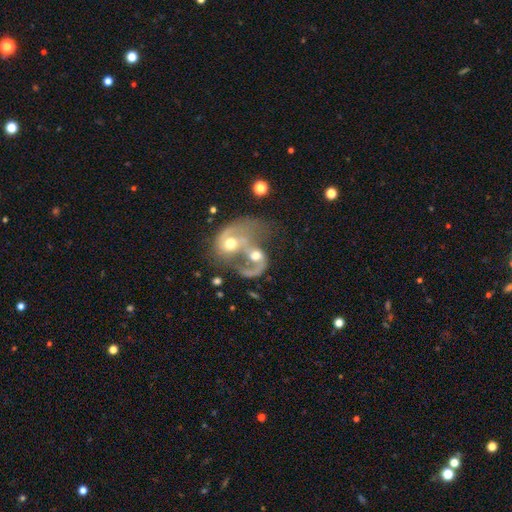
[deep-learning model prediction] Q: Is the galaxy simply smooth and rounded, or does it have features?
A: featured or disk — 66%.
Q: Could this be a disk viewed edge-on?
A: no — 97%.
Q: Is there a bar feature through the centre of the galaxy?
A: no — 71%.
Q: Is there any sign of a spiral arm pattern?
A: yes — 68%.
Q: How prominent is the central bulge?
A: moderate — 66%.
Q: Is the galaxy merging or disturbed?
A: merger — 81%.